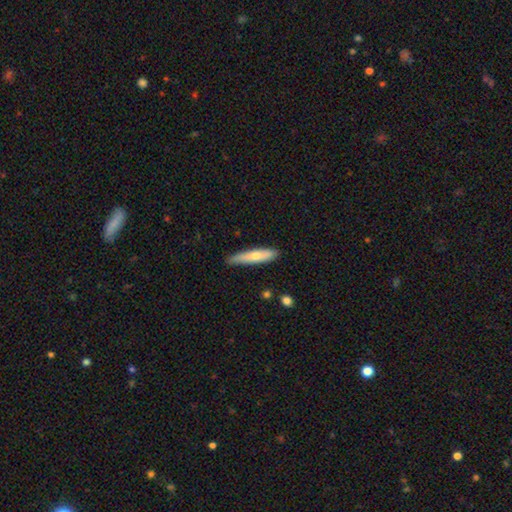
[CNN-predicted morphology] smooth 55%, featured or disk 38%, star or artifact 6%. Down the decision tree: how rounded — cigar-shaped (87%); merging — none (81%).